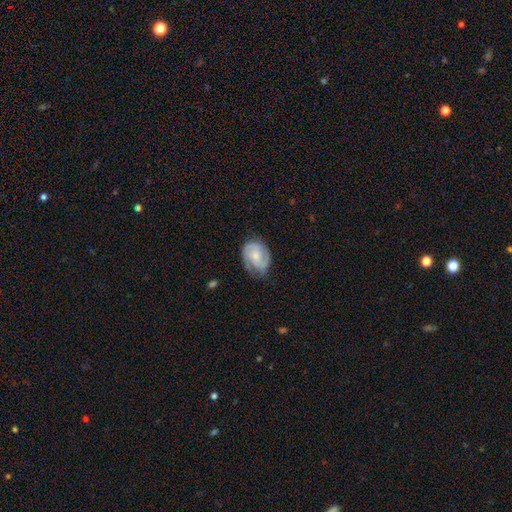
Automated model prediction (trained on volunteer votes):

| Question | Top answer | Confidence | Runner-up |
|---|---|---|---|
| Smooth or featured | featured or disk | 72% | smooth (22%) |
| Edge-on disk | no | 98% | yes (2%) |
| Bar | no | 61% | weak (33%) |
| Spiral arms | yes | 93% | no (7%) |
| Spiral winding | tight | 47% | medium (42%) |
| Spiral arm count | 2 | 71% | can't tell (12%) |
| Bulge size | small | 46% | moderate (40%) |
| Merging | none | 64% | minor disturbance (26%) |